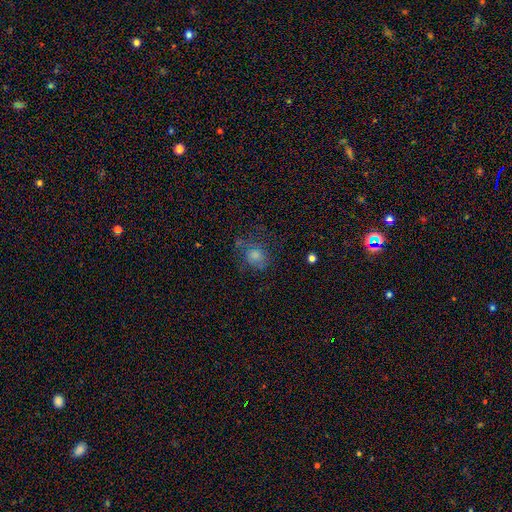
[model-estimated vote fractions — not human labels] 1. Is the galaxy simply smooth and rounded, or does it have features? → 55% smooth, 26% featured or disk, 19% star or artifact.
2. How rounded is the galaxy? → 65% round, 34% in between, 1% cigar-shaped.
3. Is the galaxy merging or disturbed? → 58% none, 22% minor disturbance, 17% major disturbance, 3% merger.